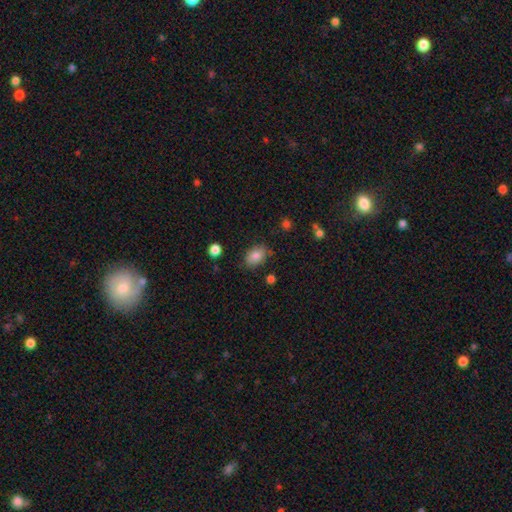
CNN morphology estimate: The model was most divided on "merging": none: 78%, minor disturbance: 16%, major disturbance: 4%, merger: 3%. More confident: smooth or featured — smooth (82%); how rounded — in between (81%).